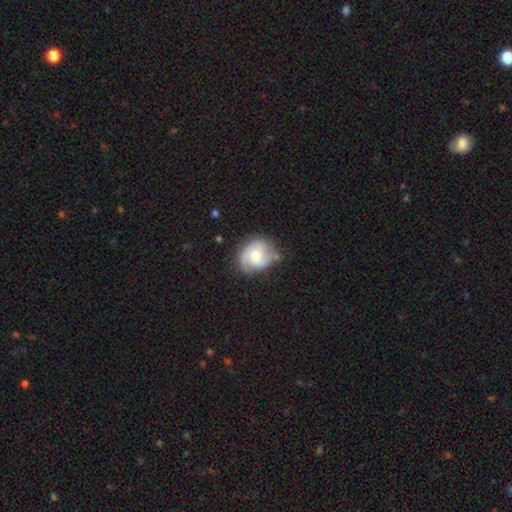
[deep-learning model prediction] This appears to be a featured or disk galaxy (56%) with no bar (64%), spiral arms (88%) and a moderate central bulge (53%). Merging: none (62%).